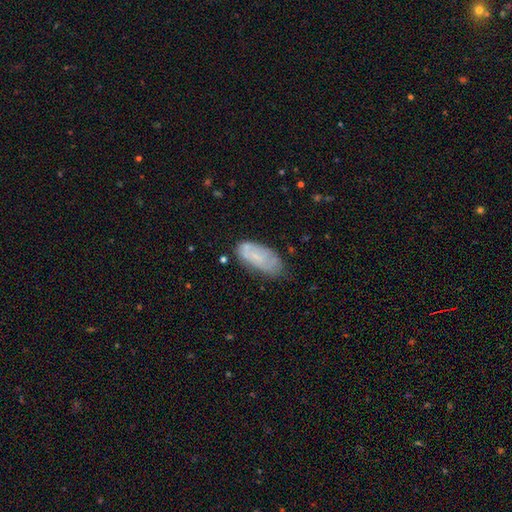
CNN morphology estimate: smooth_or_featured: smooth (p=0.51) [alt: featured or disk p=0.41]
how_rounded: in between (p=0.87) [alt: cigar-shaped p=0.10]
merging: none (p=0.58) [alt: minor disturbance p=0.30]